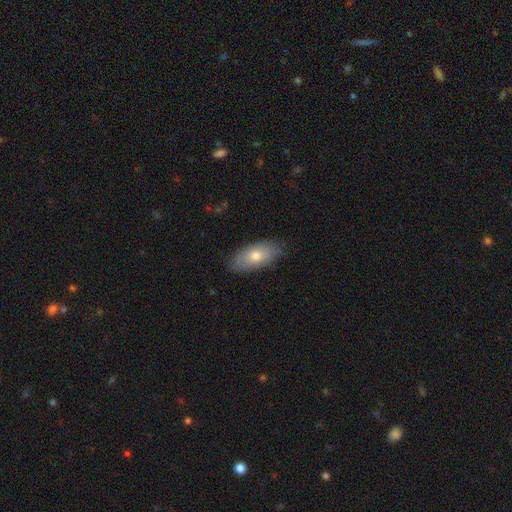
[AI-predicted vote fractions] smooth-or-featured: smooth: 68% | featured or disk: 26% | star or artifact: 6%
  how-rounded: in between: 89% | cigar-shaped: 8% | round: 3%
  merging: none: 81% | minor disturbance: 15% | major disturbance: 3% | merger: 1%